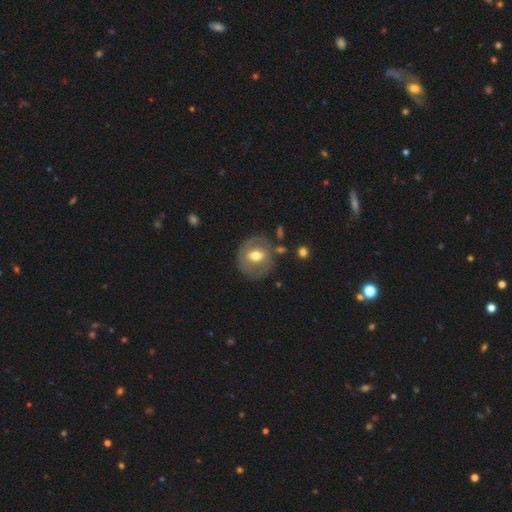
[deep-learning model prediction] Q: Smooth or featured?
A: featured or disk (48%); runner-up: smooth (45%)
Q: Merging?
A: none (74%); runner-up: minor disturbance (16%)